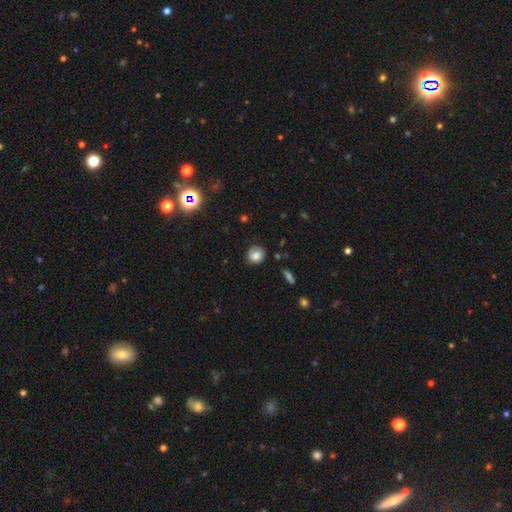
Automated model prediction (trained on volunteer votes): Overall: smooth (77%). How rounded: round (82%). Merging: none (81%).